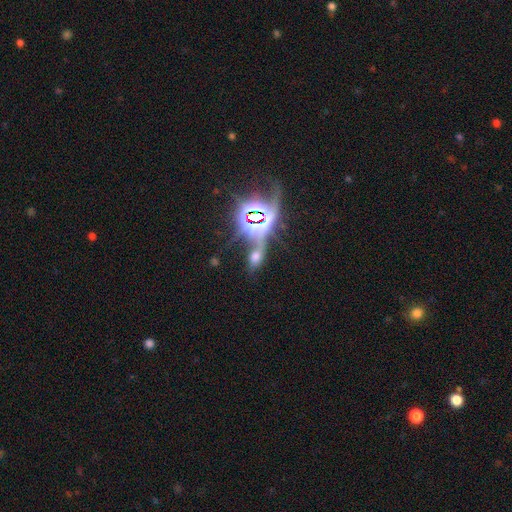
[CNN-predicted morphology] Smooth or featured? star or artifact (45%)